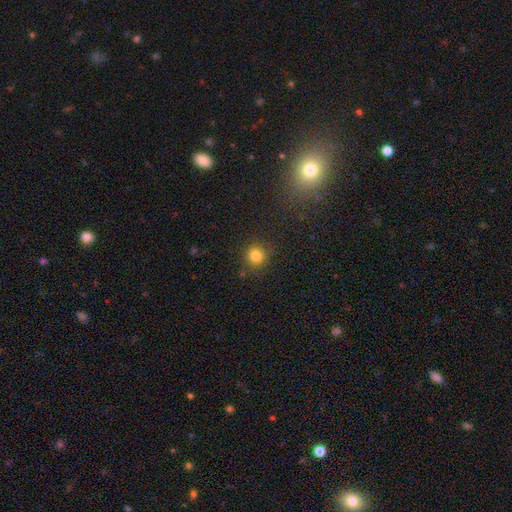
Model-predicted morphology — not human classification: The model was most divided on "smooth or featured": smooth: 83%, star or artifact: 12%, featured or disk: 5%. More confident: how rounded — round (92%); merging — none (85%).